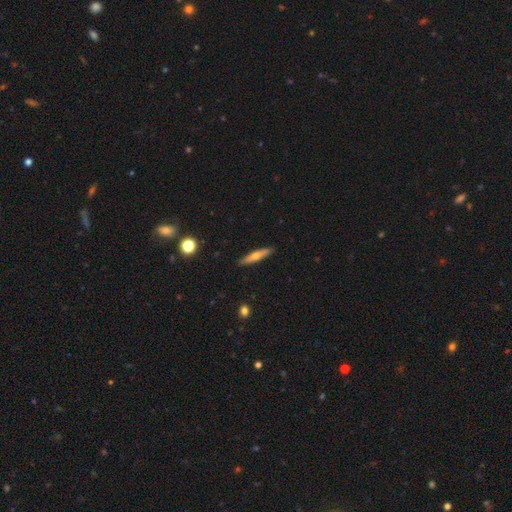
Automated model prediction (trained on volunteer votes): Smooth or featured? Predicted: smooth (p=0.50). How rounded? Predicted: cigar-shaped (p=0.88). Merging? Predicted: none (p=0.90).